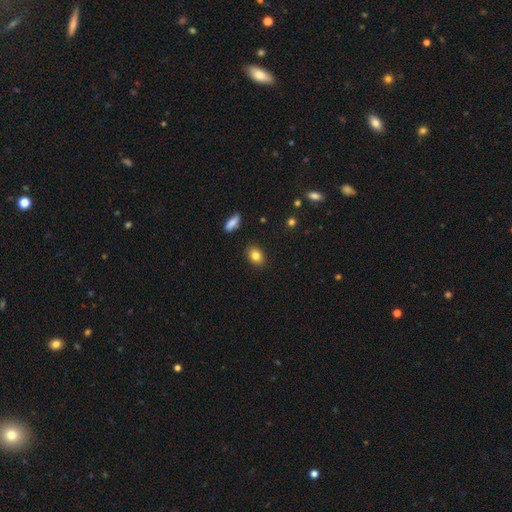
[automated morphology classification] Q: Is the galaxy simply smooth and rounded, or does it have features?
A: smooth — 83%.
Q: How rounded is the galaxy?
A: in between — 64%.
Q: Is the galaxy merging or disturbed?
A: none — 88%.